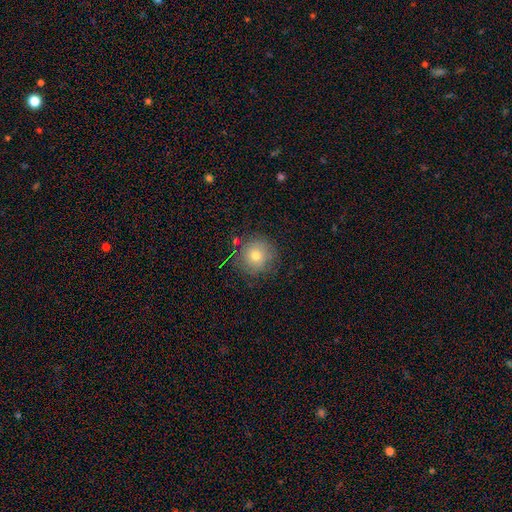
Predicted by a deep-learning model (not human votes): smooth-or-featured: smooth: 67% | featured or disk: 20% | star or artifact: 13%
  how-rounded: round: 94% | in between: 5% | cigar-shaped: 1%
  merging: none: 80% | minor disturbance: 13% | major disturbance: 5% | merger: 2%